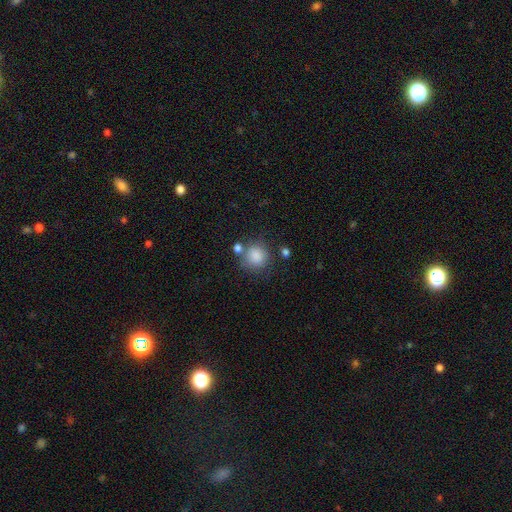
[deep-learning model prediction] Q: Smooth or featured?
A: smooth (85%); runner-up: star or artifact (9%)
Q: How rounded?
A: round (86%); runner-up: in between (13%)
Q: Merging?
A: none (65%); runner-up: minor disturbance (15%)